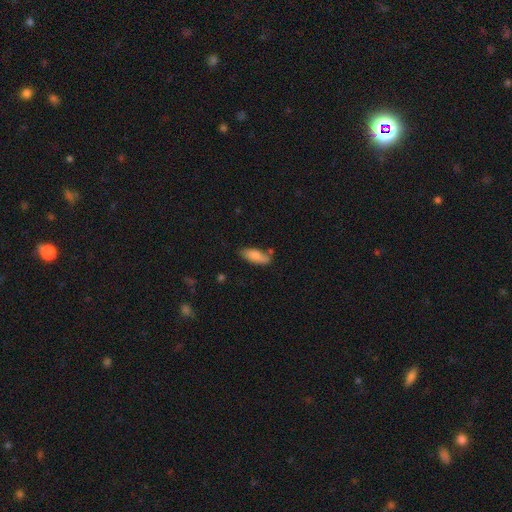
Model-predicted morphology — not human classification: Smooth or featured? Predicted: smooth (p=0.82). How rounded? Predicted: in between (p=0.74). Merging? Predicted: none (p=0.66).